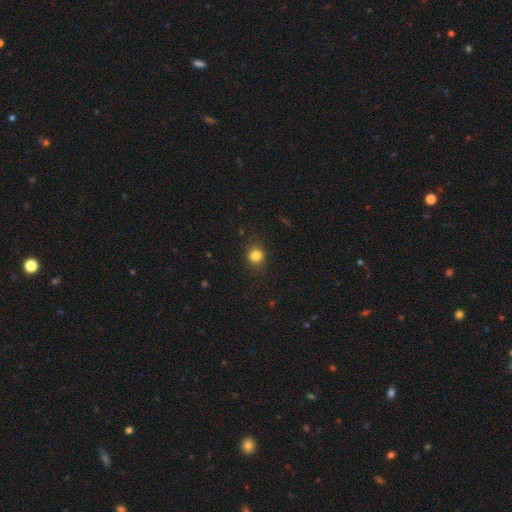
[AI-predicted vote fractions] Overall: smooth (82%). How rounded: round (69%; in between 30%). Merging: none (83%).